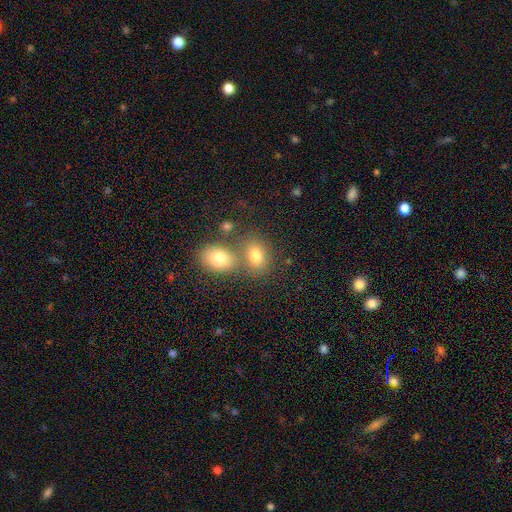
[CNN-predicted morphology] Overall: smooth (76%). How rounded: in between (71%). Merging: none (49%; merger 36%).